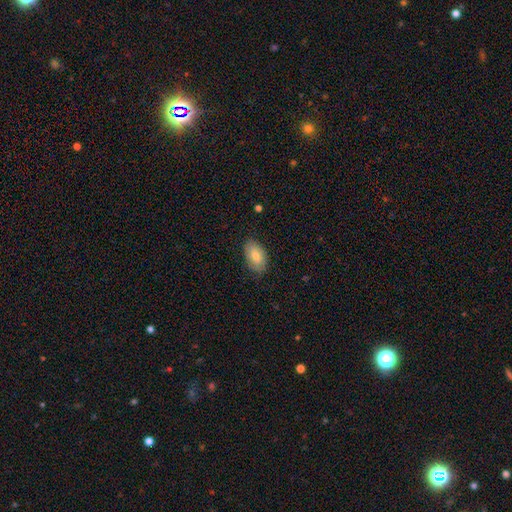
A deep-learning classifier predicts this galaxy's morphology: smooth-or-featured: smooth: 75% | featured or disk: 18% | star or artifact: 7%
  how-rounded: in between: 93% | round: 5% | cigar-shaped: 2%
  merging: none: 82% | minor disturbance: 14% | major disturbance: 2% | merger: 1%